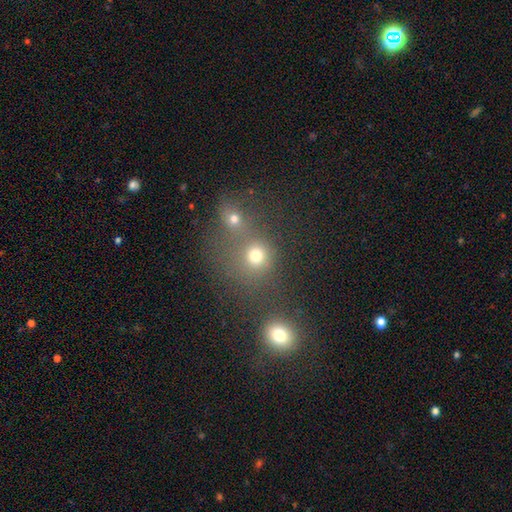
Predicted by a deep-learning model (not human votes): This appears to be a smooth galaxy with no disk features (73%) that is round (82%). Merging: merger (44%).